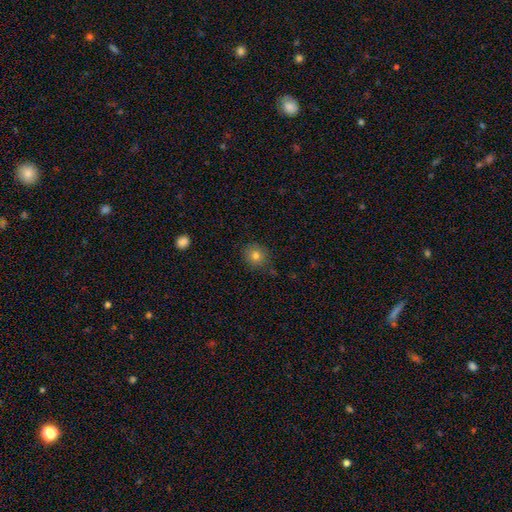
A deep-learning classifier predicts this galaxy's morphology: smooth-or-featured: smooth: 78% | star or artifact: 13% | featured or disk: 9%
  how-rounded: round: 87% | in between: 12% | cigar-shaped: 1%
  merging: none: 84% | minor disturbance: 11% | major disturbance: 3% | merger: 2%